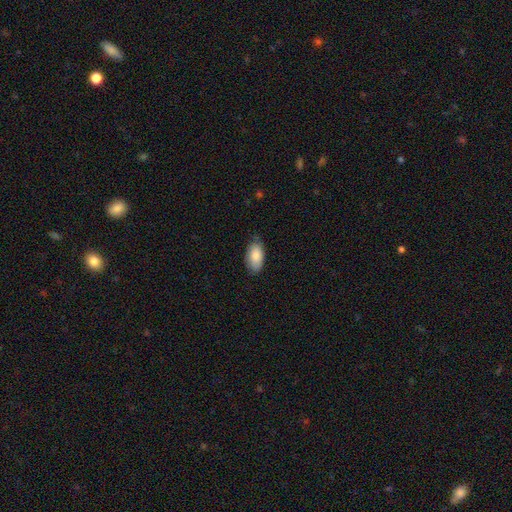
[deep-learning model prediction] Morphology: type=smooth (85%); roundness=in between (94%); merging=none (72%).